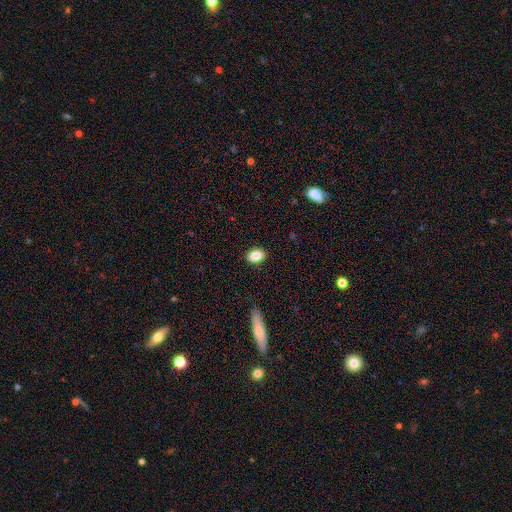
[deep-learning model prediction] A smooth galaxy with no disk features (86%) that is in between round and cigar-shaped (79%).

Vote fractions:
- Smooth or featured? smooth: 86% / star or artifact: 8% / featured or disk: 6%
- How rounded? in between: 79% / round: 19% / cigar-shaped: 2%
- Merging? none: 88% / minor disturbance: 9% / major disturbance: 2% / merger: 1%